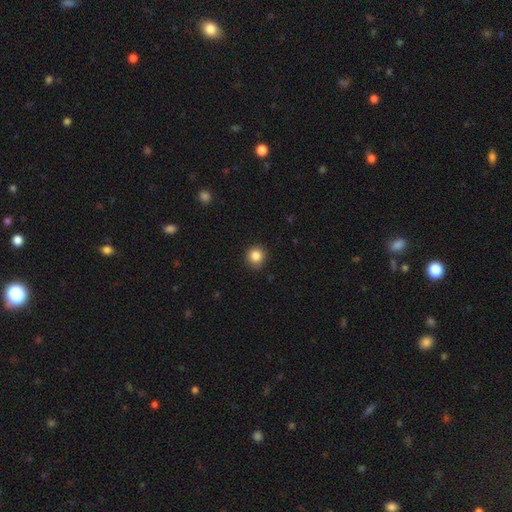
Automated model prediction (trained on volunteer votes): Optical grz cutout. It shows a smooth galaxy with no disk features (85%) that is round (92%). Merging: none (87%).